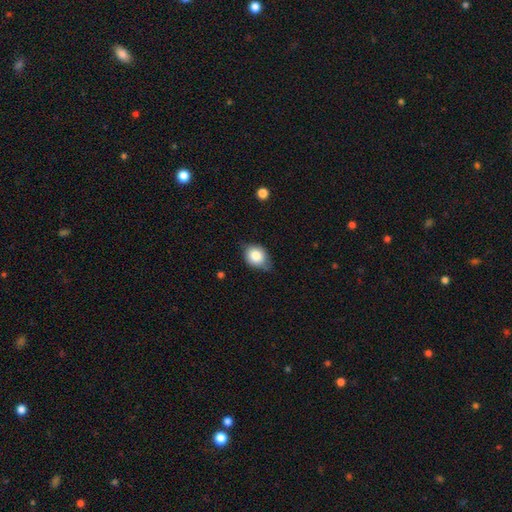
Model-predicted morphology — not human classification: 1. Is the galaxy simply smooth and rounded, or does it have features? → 80% smooth, 12% featured or disk, 8% star or artifact.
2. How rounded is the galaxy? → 56% in between, 43% round, 1% cigar-shaped.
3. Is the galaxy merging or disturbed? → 57% none, 35% minor disturbance, 7% major disturbance, 2% merger.